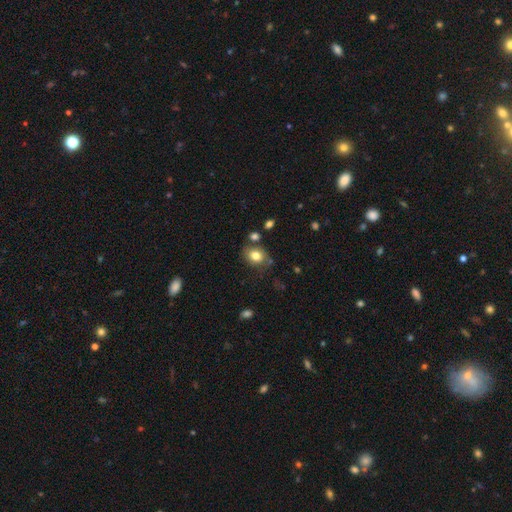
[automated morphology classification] Overall: smooth (79%). How rounded: in between (50%; round 49%). Merging: none (70%).